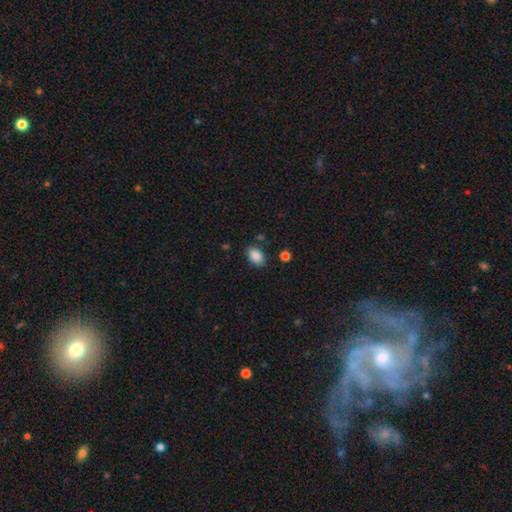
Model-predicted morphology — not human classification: Smooth or featured? Predicted: smooth (p=0.88). How rounded? Predicted: in between (p=0.87). Merging? Predicted: none (p=0.83).